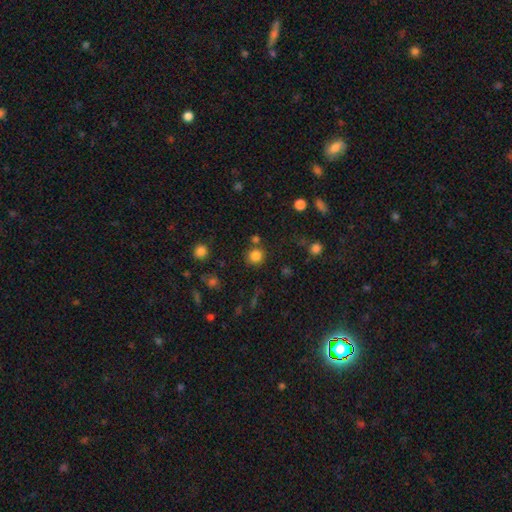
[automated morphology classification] Smooth or featured? Predicted: smooth (p=0.82). How rounded? Predicted: round (p=0.91). Merging? Predicted: none (p=0.79).